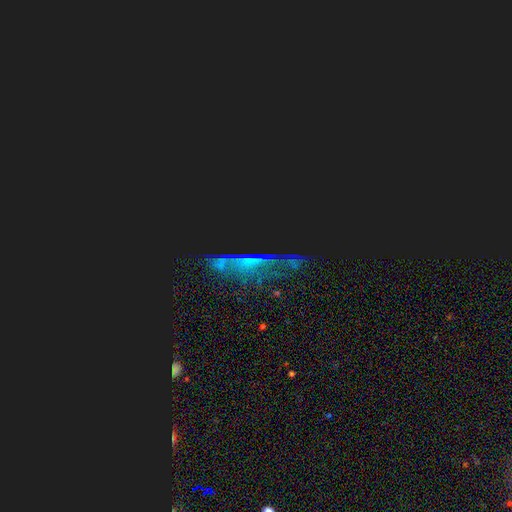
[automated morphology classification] This appears to be a star or artifact, not a galaxy (47%).